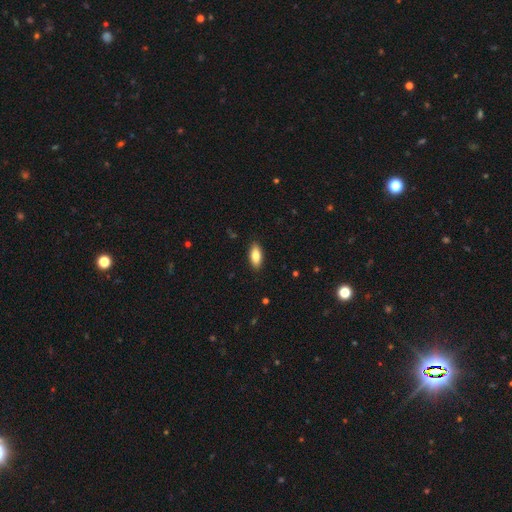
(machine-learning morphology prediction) Q: Smooth or featured?
A: smooth (84%); runner-up: featured or disk (9%)
Q: How rounded?
A: in between (86%); runner-up: cigar-shaped (12%)
Q: Merging?
A: none (89%); runner-up: minor disturbance (8%)